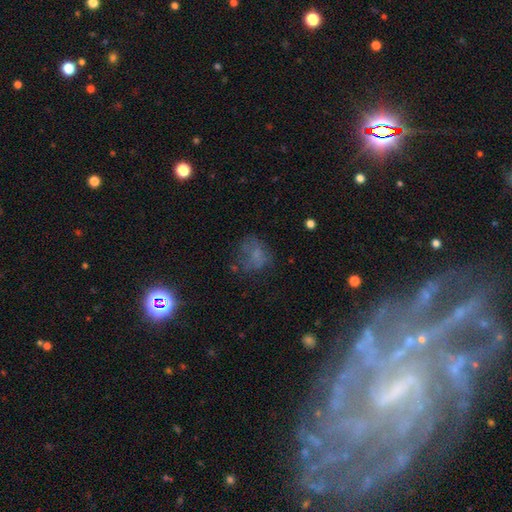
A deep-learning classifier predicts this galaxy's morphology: smooth 50%, featured or disk 29%, star or artifact 22%. Down the decision tree: merging — none (47%).